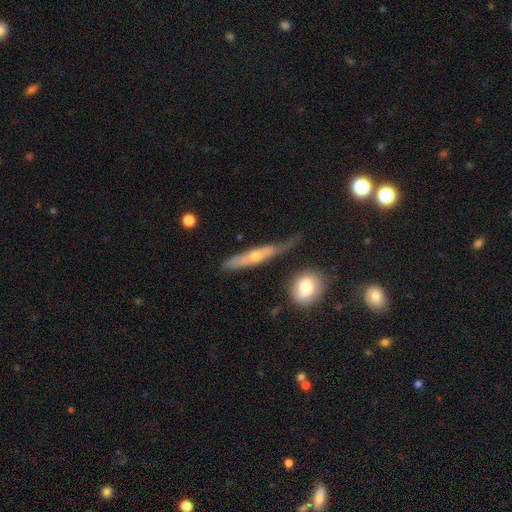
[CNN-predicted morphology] This is possibly a featured or disk galaxy (55%). It is clearly viewed edge-on (82%). Merging: possibly none (53%).